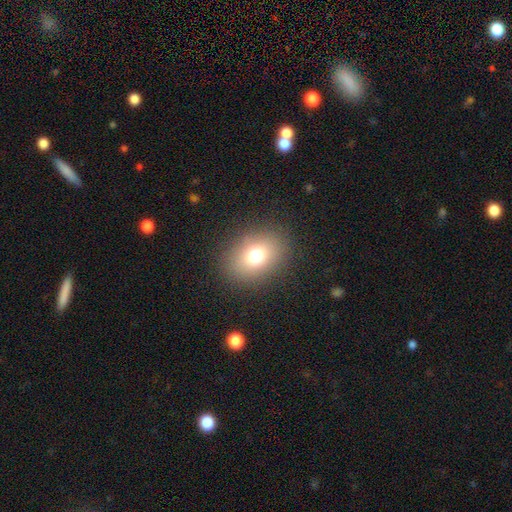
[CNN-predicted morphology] Overall: smooth (74%). How rounded: in between (58%; round 41%). Merging: none (87%).